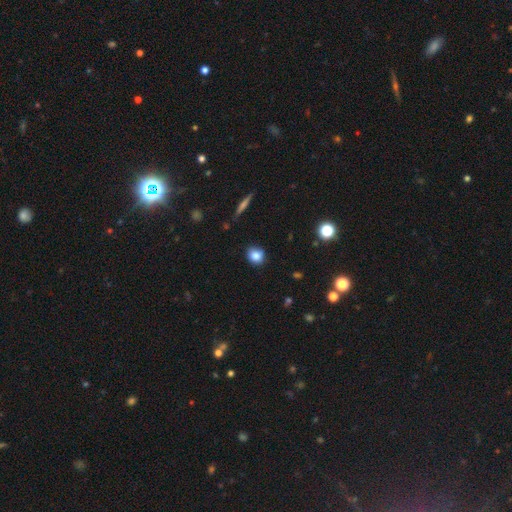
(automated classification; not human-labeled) Smooth or featured?
  - smooth: 84% *
  - star or artifact: 10%
  - featured or disk: 6%
How rounded?
  - round: 75% *
  - in between: 23%
  - cigar-shaped: 2%
Merging?
  - none: 85% *
  - minor disturbance: 11%
  - major disturbance: 2%
  - merger: 1%